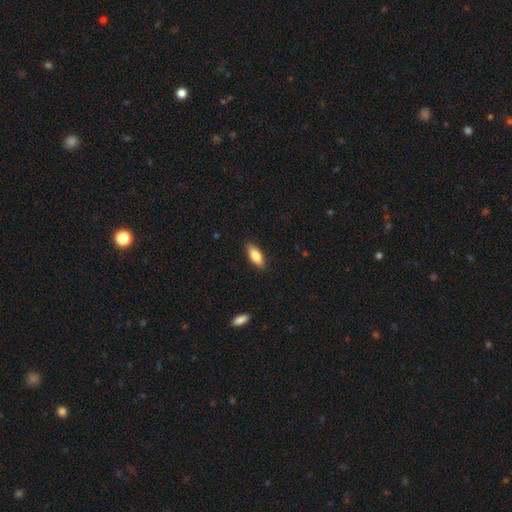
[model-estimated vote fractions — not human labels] smooth_or_featured: smooth (p=0.80) [alt: featured or disk p=0.13]
how_rounded: in between (p=0.76) [alt: cigar-shaped p=0.22]
merging: none (p=0.87) [alt: minor disturbance p=0.10]